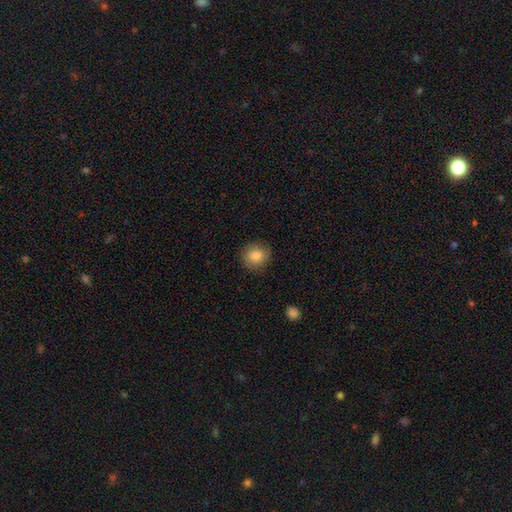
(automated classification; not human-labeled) Smooth or featured?
  - smooth: 83% *
  - star or artifact: 9%
  - featured or disk: 8%
How rounded?
  - round: 88% *
  - in between: 11%
  - cigar-shaped: 1%
Merging?
  - none: 88% *
  - minor disturbance: 9%
  - major disturbance: 2%
  - merger: 1%